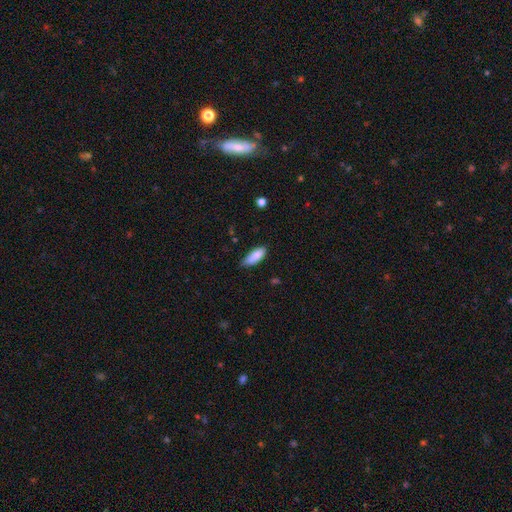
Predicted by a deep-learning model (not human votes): Morphology: type=smooth (86%); roundness=in between (77%); merging=none (63%).